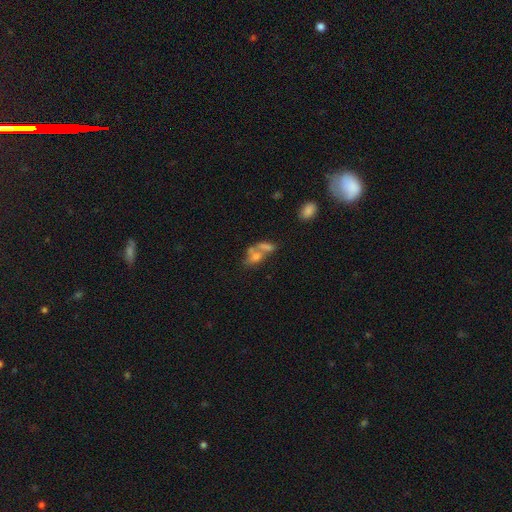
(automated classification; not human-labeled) smooth_or_featured: smooth (p=0.58) [alt: featured or disk p=0.28]
how_rounded: in between (p=0.73) [alt: round p=0.21]
merging: merger (p=0.60) [alt: none p=0.22]